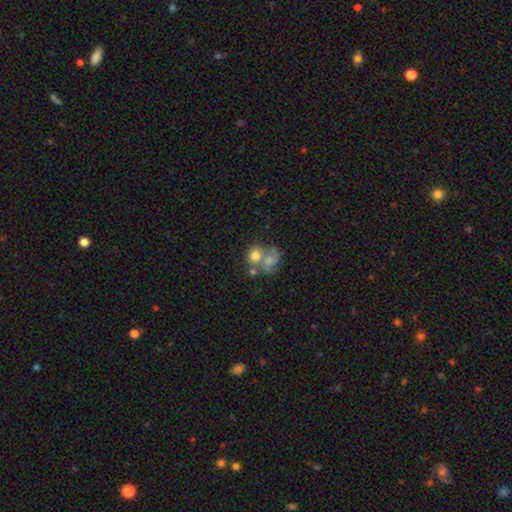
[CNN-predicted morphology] type=smooth (66%); roundness=round (64%); merging=merger (55%).